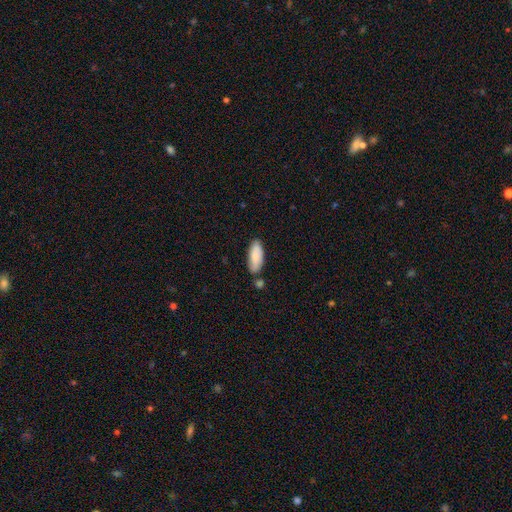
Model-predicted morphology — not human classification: smooth_or_featured: smooth (p=0.80) [alt: featured or disk p=0.14]
how_rounded: in between (p=0.78) [alt: cigar-shaped p=0.20]
merging: none (p=0.72) [alt: minor disturbance p=0.17]